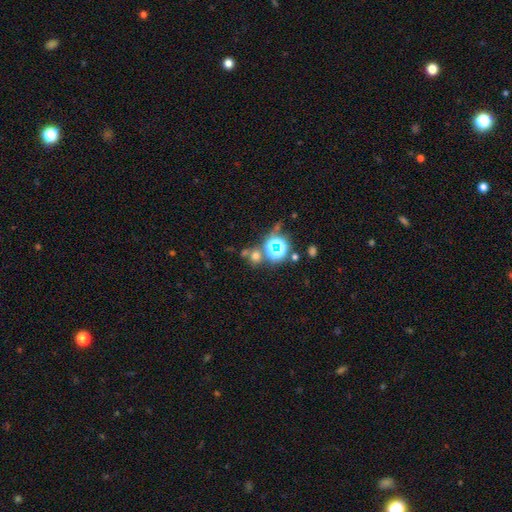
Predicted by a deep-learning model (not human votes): A smooth galaxy with no disk features (48%).

Vote fractions:
- Smooth or featured? smooth: 48% / star or artifact: 41% / featured or disk: 11%
- Merging? none: 61% / merger: 22% / minor disturbance: 10% / major disturbance: 7%